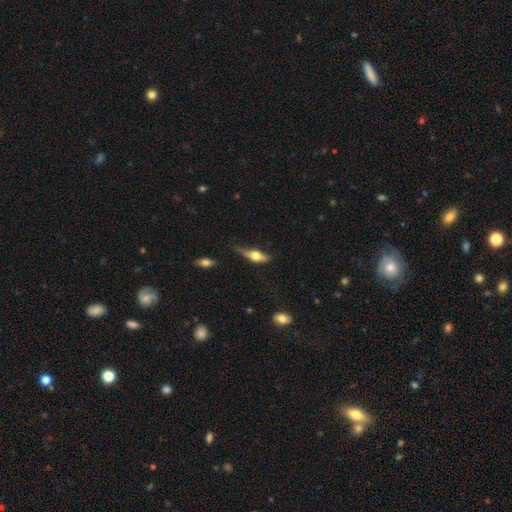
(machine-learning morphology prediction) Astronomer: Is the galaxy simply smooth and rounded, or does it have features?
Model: smooth — 47% (runner-up: featured or disk, 46%).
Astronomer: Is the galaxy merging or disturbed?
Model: none — 48% (runner-up: minor disturbance, 31%).